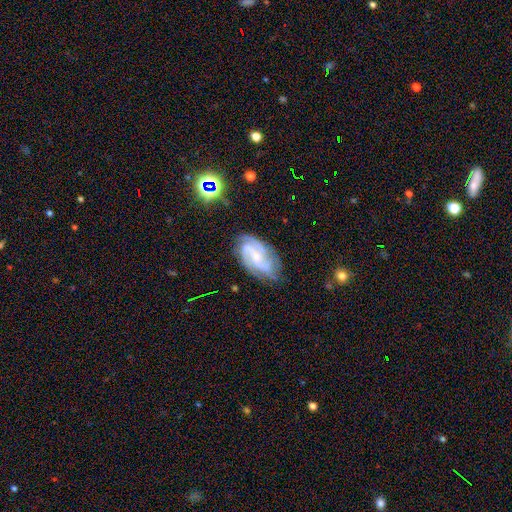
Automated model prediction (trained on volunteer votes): The model was most divided on "bar": no: 44%, weak: 41%, strong: 14%. Remaining: spiral arms — yes (97%); edge-on disk — no (96%); smooth or featured — featured or disk (84%); merging — none (73%); bulge size — small (68%); spiral winding — tight (46%); spiral arm count — 3 (33%).